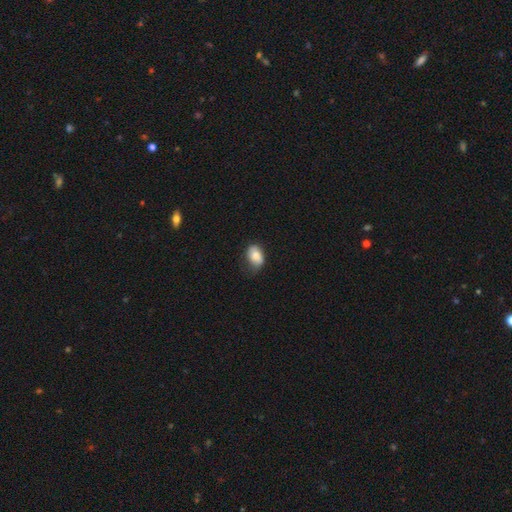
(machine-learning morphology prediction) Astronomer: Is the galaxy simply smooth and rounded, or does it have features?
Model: smooth — 81%.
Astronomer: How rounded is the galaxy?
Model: in between — 84%.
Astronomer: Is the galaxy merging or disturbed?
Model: none — 55% (runner-up: minor disturbance, 34%).